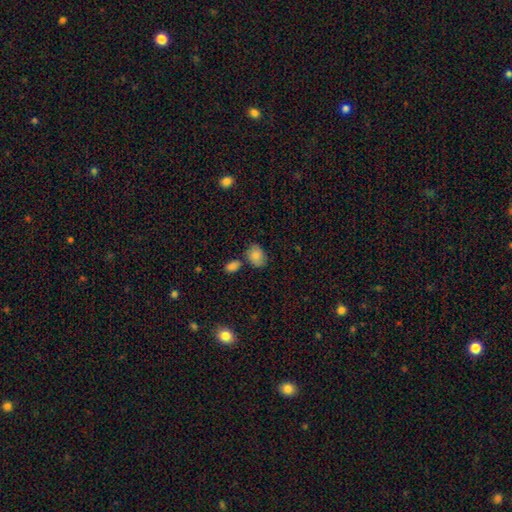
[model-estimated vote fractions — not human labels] A smooth galaxy with no disk features (83%) that is in between round and cigar-shaped (74%).

Vote fractions:
- Smooth or featured? smooth: 83% / featured or disk: 9% / star or artifact: 8%
- How rounded? in between: 74% / round: 25% / cigar-shaped: 1%
- Merging? none: 63% / minor disturbance: 19% / merger: 13% / major disturbance: 5%